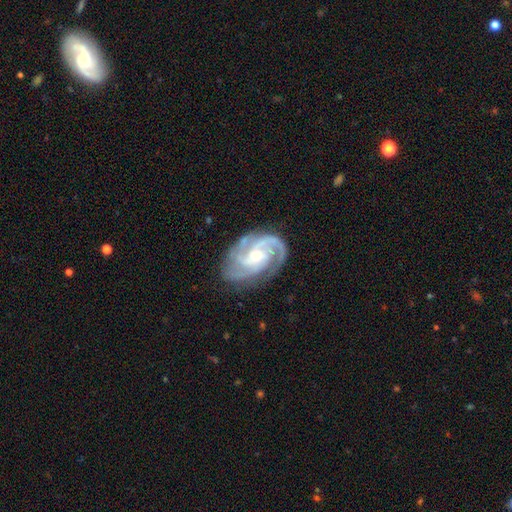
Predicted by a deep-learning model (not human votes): smooth_or_featured: featured or disk (p=0.92) [alt: smooth p=0.04]
disk_edge_on: no (p=0.98) [alt: yes p=0.02]
bar: no (p=0.49) [alt: weak p=0.40]
has_spiral_arms: yes (p=0.98) [alt: no p=0.02]
spiral_winding: tight (p=0.50) [alt: medium p=0.43]
spiral_arm_count: 3 (p=0.52) [alt: 2 p=0.20]
bulge_size: moderate (p=0.49) [alt: small p=0.45]
merging: none (p=0.76) [alt: minor disturbance p=0.17]